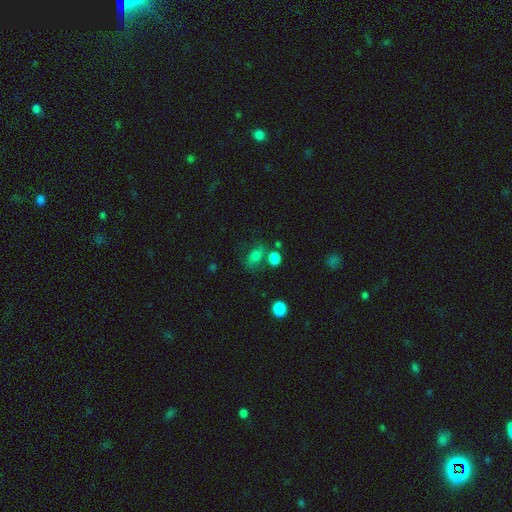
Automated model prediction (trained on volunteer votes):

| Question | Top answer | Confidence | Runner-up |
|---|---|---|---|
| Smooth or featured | smooth | 73% | star or artifact (14%) |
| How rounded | in between | 71% | round (26%) |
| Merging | none | 52% | minor disturbance (20%) |